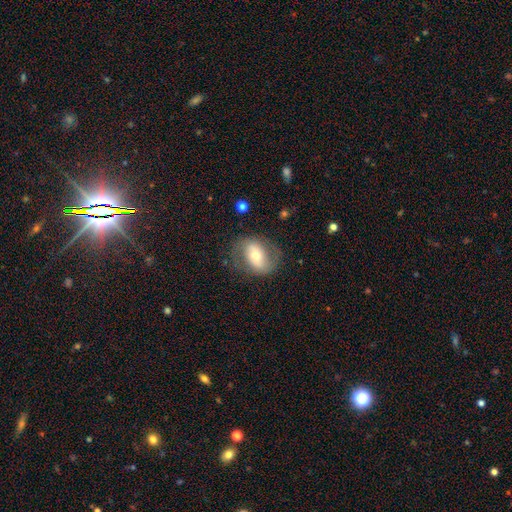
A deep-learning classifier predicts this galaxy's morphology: This appears to be a featured or disk galaxy (51%). Merging: none (72%).